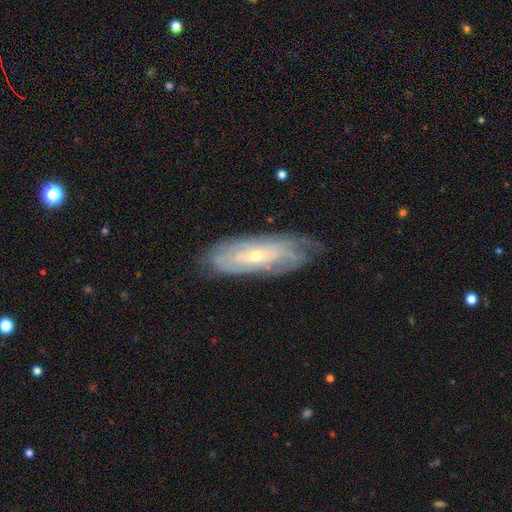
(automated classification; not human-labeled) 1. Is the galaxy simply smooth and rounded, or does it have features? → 78% featured or disk, 16% smooth, 6% star or artifact.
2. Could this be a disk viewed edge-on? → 84% no, 16% yes.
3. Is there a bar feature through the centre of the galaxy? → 64% no, 27% weak, 9% strong.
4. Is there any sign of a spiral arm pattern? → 88% yes, 12% no.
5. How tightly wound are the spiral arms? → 70% tight, 23% medium, 7% loose.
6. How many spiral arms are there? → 57% can't tell, 13% 2, 10% 4, 9% 3, 6% more than 4, 4% 1.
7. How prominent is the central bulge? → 69% small, 27% moderate, 1% large, 1% none, 1% dominant.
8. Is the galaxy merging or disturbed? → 73% none, 20% minor disturbance, 6% major disturbance, 1% merger.